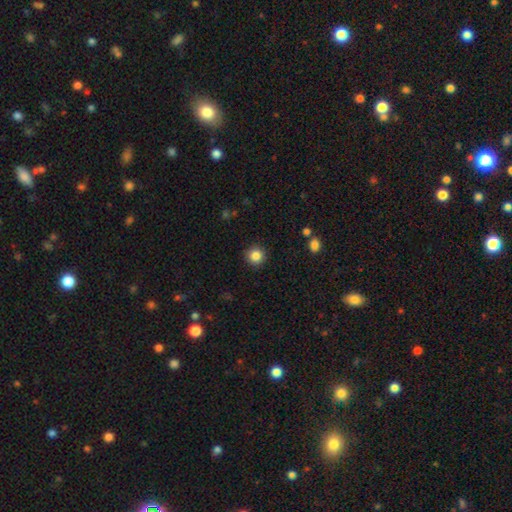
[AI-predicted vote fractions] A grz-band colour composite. It shows a smooth galaxy with no disk features (85%) that is round (95%). Merging: none (91%).